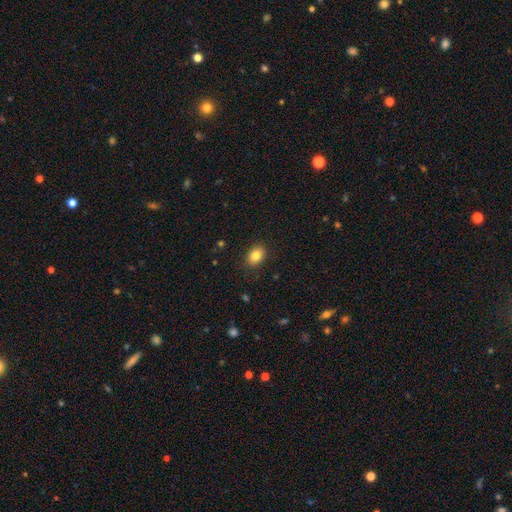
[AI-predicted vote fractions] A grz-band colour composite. It shows a smooth galaxy with no disk features (85%) that is in between round and cigar-shaped (77%). Merging: none (88%).